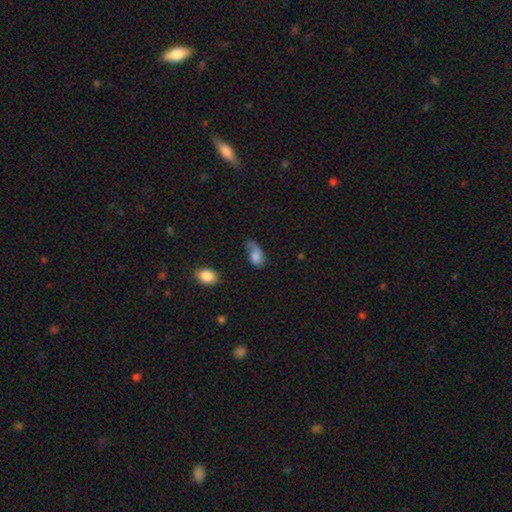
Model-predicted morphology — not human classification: smooth_or_featured: smooth (p=0.75) [alt: featured or disk p=0.17]
how_rounded: in between (p=0.90) [alt: round p=0.07]
merging: none (p=0.39) [alt: minor disturbance p=0.36]